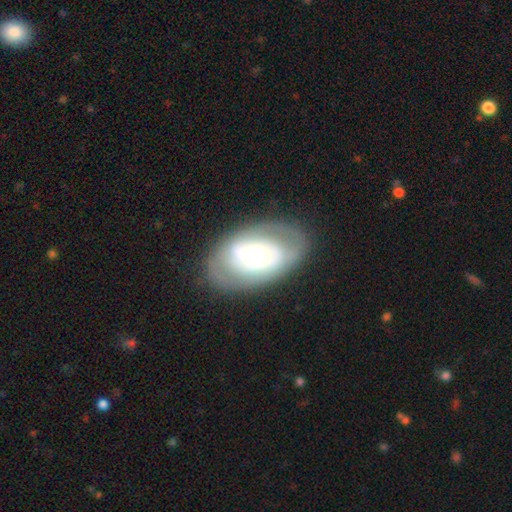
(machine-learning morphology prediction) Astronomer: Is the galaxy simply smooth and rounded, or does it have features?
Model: featured or disk — 60%.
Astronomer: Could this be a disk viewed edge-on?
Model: no — 92%.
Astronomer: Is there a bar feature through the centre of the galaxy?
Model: no — 50% (runner-up: weak, 31%).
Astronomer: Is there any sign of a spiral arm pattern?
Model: no — 54% (runner-up: yes, 46%).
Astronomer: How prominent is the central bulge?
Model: moderate — 61%.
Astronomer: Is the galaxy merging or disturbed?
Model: none — 77%.